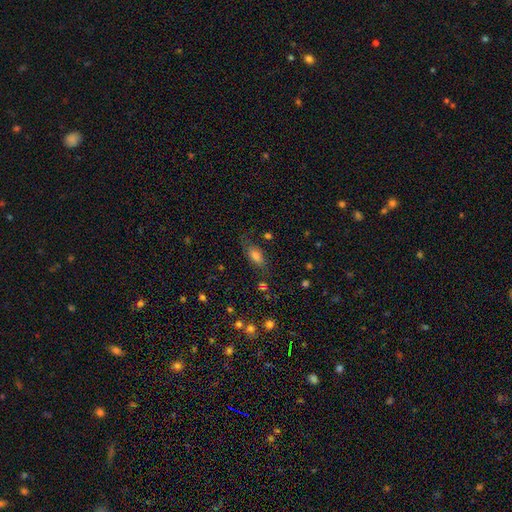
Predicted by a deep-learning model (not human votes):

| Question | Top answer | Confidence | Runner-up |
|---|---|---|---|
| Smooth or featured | smooth | 71% | featured or disk (16%) |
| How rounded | in between | 80% | cigar-shaped (14%) |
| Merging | none | 64% | minor disturbance (22%) |